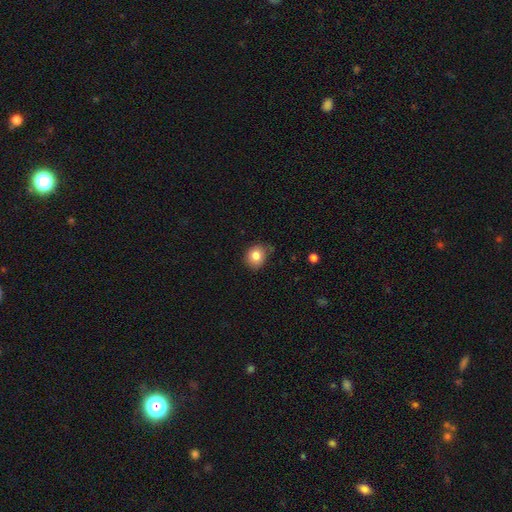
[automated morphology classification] Overall: smooth (82%). How rounded: round (75%). Merging: none (73%).